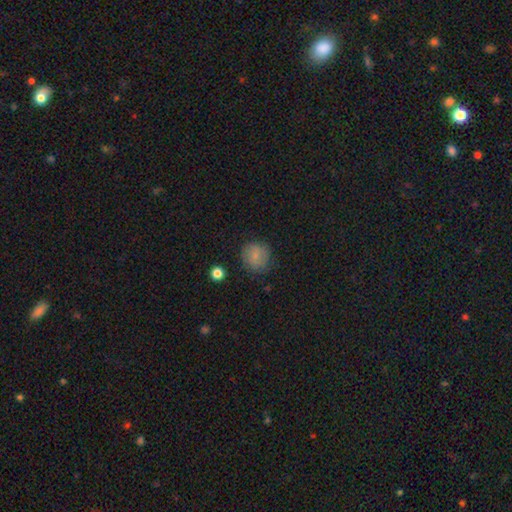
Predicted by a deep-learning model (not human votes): Smooth or featured? smooth (79%)
How rounded? round (87%)
Merging? none (79%)